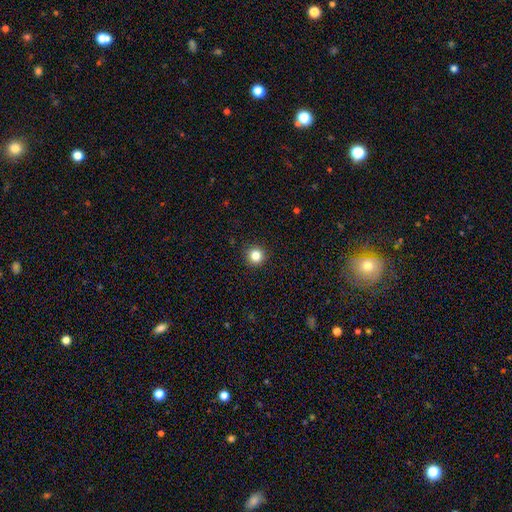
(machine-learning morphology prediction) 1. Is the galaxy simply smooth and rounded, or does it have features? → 83% smooth, 12% star or artifact, 5% featured or disk.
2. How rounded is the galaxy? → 95% round, 4% in between, 1% cigar-shaped.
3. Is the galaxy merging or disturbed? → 93% none, 5% minor disturbance, 2% major disturbance, 1% merger.